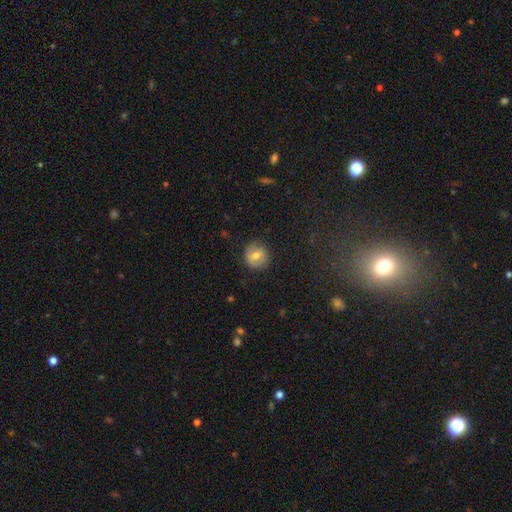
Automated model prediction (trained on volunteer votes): Smooth or featured: smooth — 67% (featured or disk — 23%)
How rounded: round — 88% (in between — 11%)
Merging: none — 83% (minor disturbance — 12%)